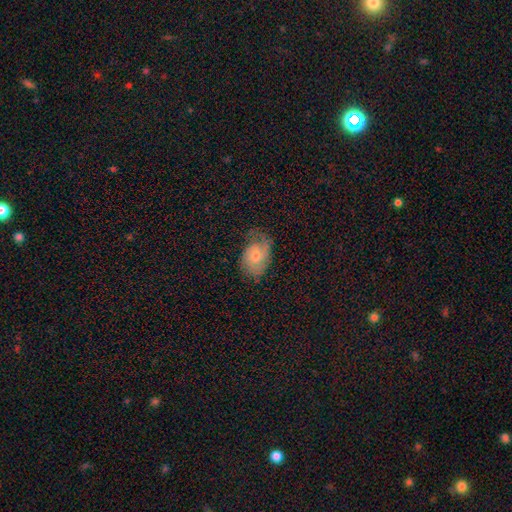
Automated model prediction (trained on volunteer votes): smooth_or_featured: featured or disk (p=0.52) [alt: smooth p=0.41]
disk_edge_on: no (p=0.96) [alt: yes p=0.04]
merging: none (p=0.51) [alt: minor disturbance p=0.30]